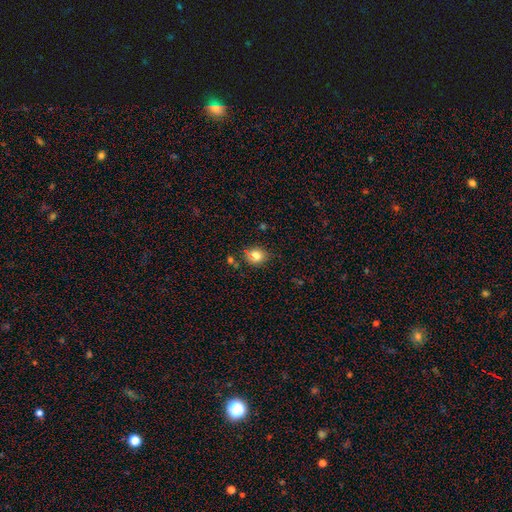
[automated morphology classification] type=smooth (79%); roundness=round (66%); merging=none (75%).